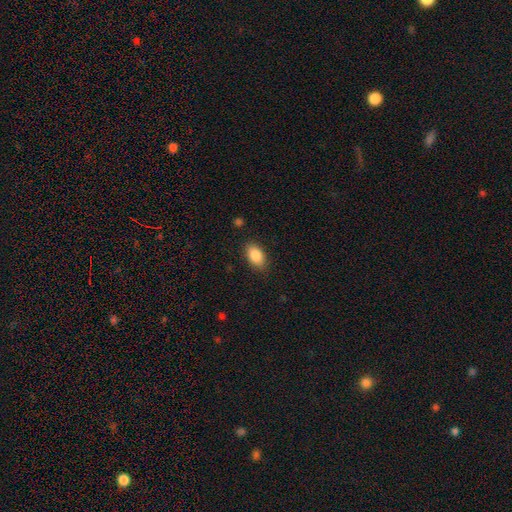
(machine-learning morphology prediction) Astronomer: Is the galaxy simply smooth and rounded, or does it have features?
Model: smooth — 87%.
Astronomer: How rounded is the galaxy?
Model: in between — 91%.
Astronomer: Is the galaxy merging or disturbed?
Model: none — 85%.